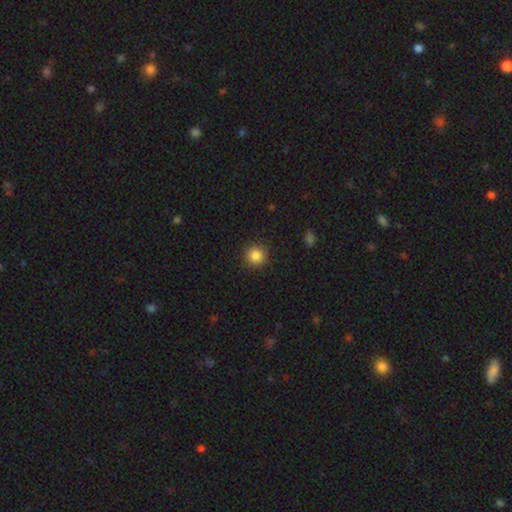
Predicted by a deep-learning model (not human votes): Overall: smooth (86%). How rounded: round (94%). Merging: none (91%).